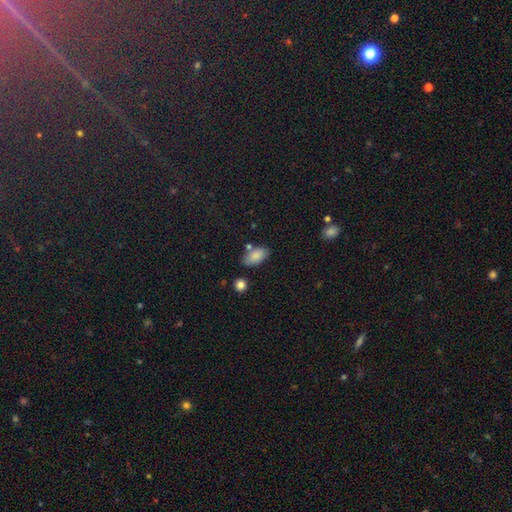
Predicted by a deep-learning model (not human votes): Smooth or featured?
  - smooth: 85% *
  - featured or disk: 8%
  - star or artifact: 7%
How rounded?
  - in between: 93% *
  - round: 4%
  - cigar-shaped: 4%
Merging?
  - none: 74% *
  - minor disturbance: 15%
  - merger: 7%
  - major disturbance: 4%